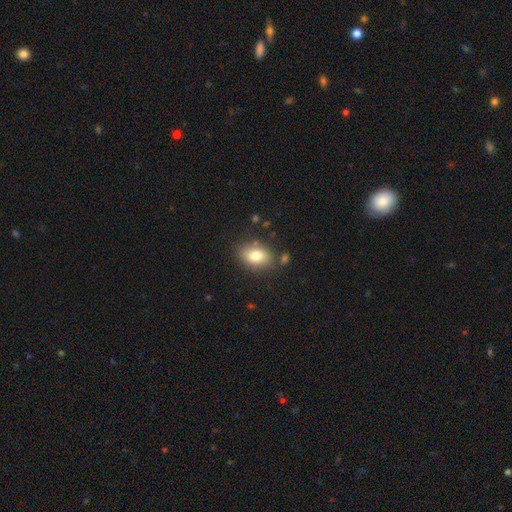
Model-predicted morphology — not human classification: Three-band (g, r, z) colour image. It shows a smooth galaxy with no disk features (80%) that is in between round and cigar-shaped (78%). Merging: none (79%).